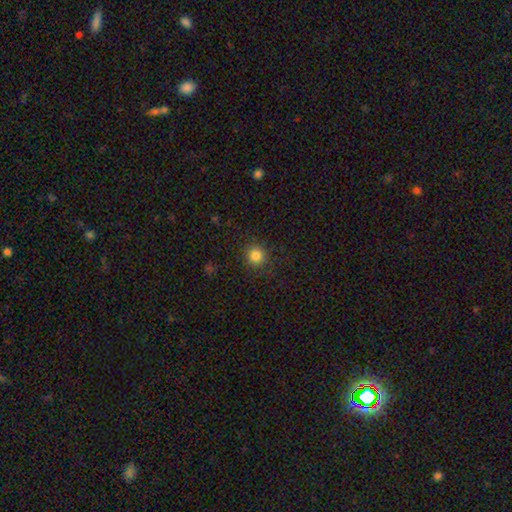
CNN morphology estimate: The model was most divided on "smooth or featured": smooth: 83%, star or artifact: 12%, featured or disk: 5%. More confident: how rounded — round (92%); merging — none (89%).